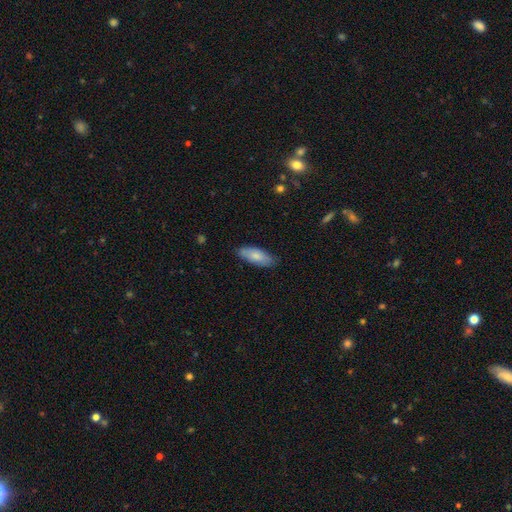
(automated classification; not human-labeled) A smooth galaxy with no disk features (78%) that is in between round and cigar-shaped (79%).

Vote fractions:
- Smooth or featured? smooth: 78% / featured or disk: 17% / star or artifact: 6%
- How rounded? in between: 79% / cigar-shaped: 19% / round: 2%
- Merging? none: 81% / minor disturbance: 15% / major disturbance: 3% / merger: 1%